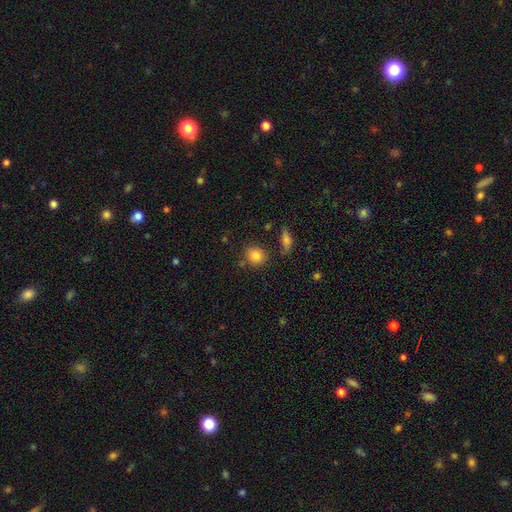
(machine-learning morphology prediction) smooth-or-featured: smooth: 84% | star or artifact: 10% | featured or disk: 6%
  how-rounded: round: 75% | in between: 24% | cigar-shaped: 2%
  merging: none: 76% | minor disturbance: 14% | merger: 6% | major disturbance: 4%